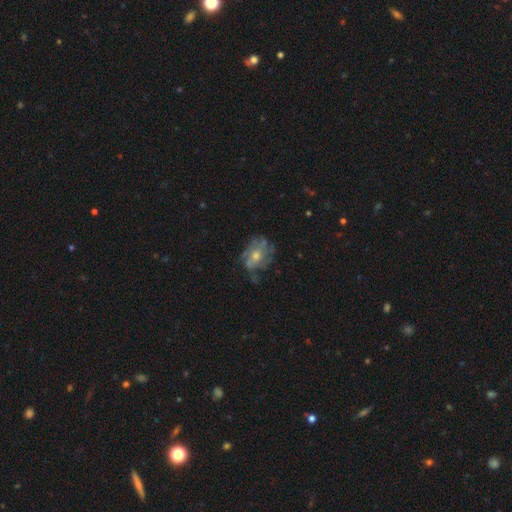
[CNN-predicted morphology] Q: Smooth or featured?
A: featured or disk (61%); runner-up: smooth (26%)
Q: Edge-on disk?
A: no (96%); runner-up: yes (4%)
Q: Bar?
A: no (74%); runner-up: weak (22%)
Q: Spiral arms?
A: yes (58%); runner-up: no (42%)
Q: Bulge size?
A: moderate (59%); runner-up: small (33%)
Q: Merging?
A: none (59%); runner-up: minor disturbance (23%)